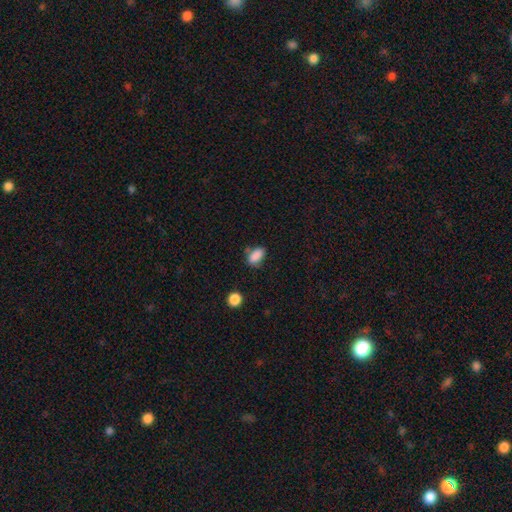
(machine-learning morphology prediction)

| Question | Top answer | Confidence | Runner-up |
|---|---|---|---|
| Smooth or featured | smooth | 86% | star or artifact (9%) |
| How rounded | in between | 88% | round (8%) |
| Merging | none | 67% | minor disturbance (22%) |